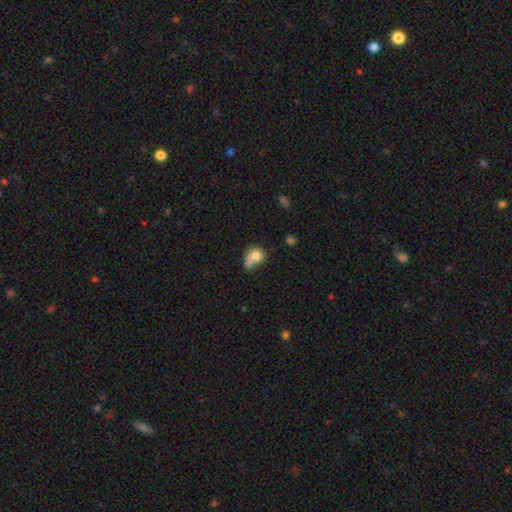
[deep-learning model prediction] Q: Smooth or featured?
A: smooth (75%); runner-up: featured or disk (16%)
Q: How rounded?
A: round (66%); runner-up: in between (32%)
Q: Merging?
A: none (32%); runner-up: merger (28%)